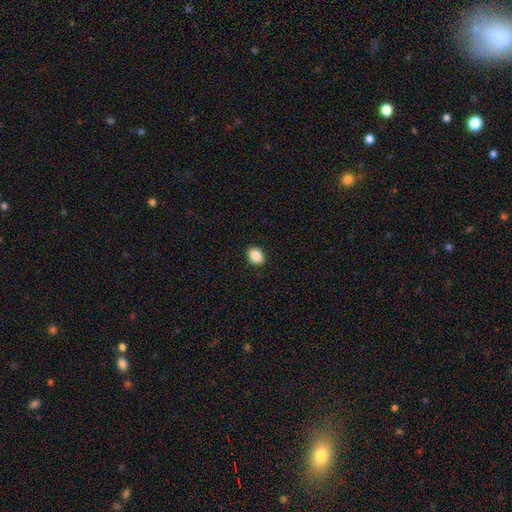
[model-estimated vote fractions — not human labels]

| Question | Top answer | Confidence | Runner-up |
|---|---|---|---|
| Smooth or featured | smooth | 87% | star or artifact (9%) |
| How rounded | in between | 69% | round (29%) |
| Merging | none | 91% | minor disturbance (7%) |